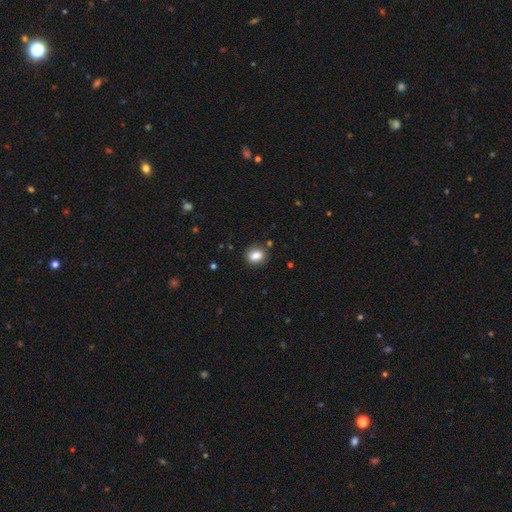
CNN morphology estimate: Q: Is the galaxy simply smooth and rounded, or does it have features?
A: smooth — 85%.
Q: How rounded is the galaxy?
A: in between — 55%.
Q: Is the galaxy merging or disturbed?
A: none — 83%.